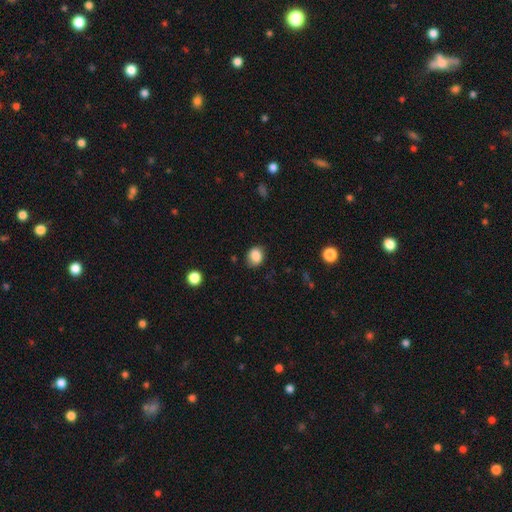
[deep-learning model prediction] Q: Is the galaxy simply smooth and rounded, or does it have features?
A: smooth — 86%.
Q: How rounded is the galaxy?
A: round — 53%.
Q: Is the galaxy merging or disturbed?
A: none — 78%.